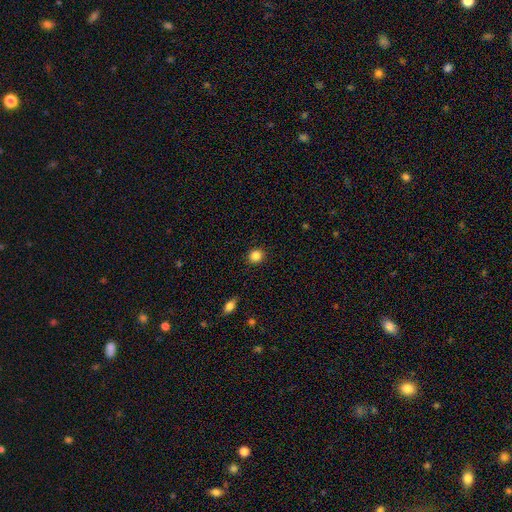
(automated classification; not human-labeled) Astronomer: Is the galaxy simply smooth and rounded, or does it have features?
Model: smooth — 85%.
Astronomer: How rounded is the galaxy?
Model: round — 89%.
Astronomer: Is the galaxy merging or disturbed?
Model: none — 91%.